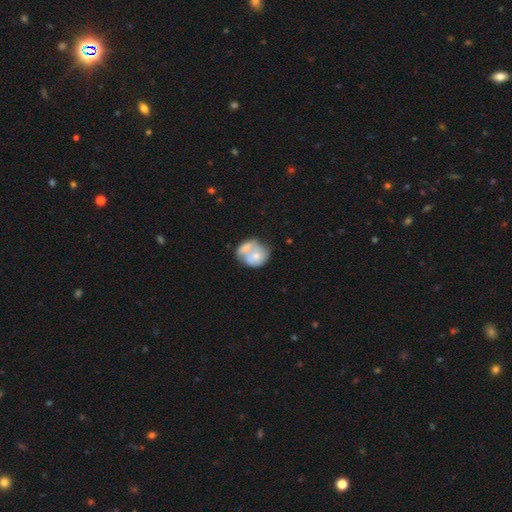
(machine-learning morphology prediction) Smooth or featured? Predicted: smooth (p=0.55). How rounded? Predicted: round (p=0.64). Merging? Predicted: merger (p=0.64).